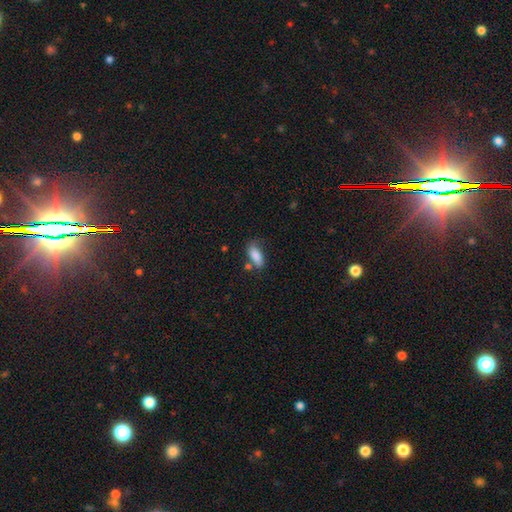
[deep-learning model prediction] Q: Smooth or featured?
A: smooth (85%); runner-up: star or artifact (8%)
Q: How rounded?
A: in between (81%); runner-up: cigar-shaped (16%)
Q: Merging?
A: none (60%); runner-up: minor disturbance (22%)